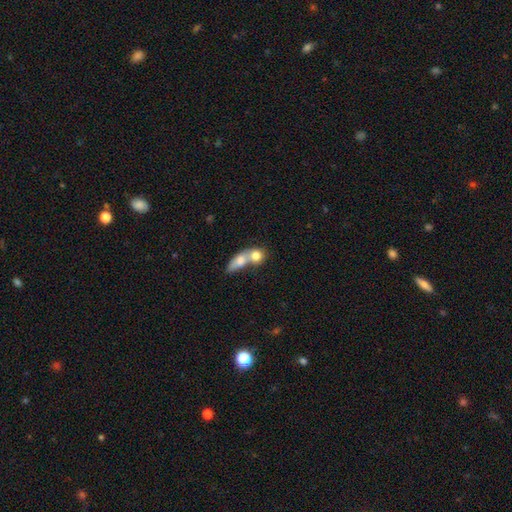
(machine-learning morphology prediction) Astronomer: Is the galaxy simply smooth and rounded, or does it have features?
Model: smooth — 74%.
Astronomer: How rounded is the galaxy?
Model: round — 55% (runner-up: in between, 38%).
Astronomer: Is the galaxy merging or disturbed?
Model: merger — 71%.